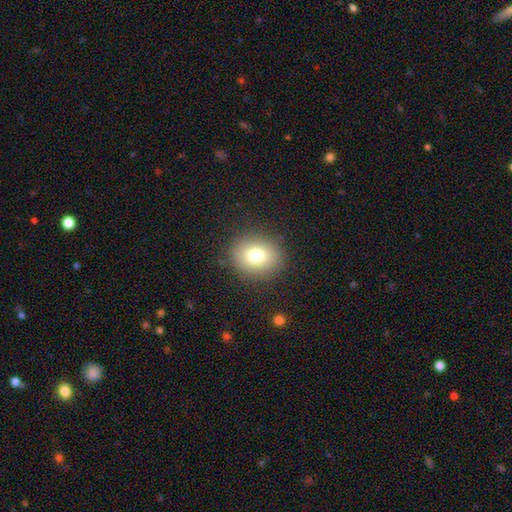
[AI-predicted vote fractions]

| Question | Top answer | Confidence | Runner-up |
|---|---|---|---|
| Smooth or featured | smooth | 76% | star or artifact (12%) |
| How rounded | round | 77% | in between (23%) |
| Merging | none | 88% | minor disturbance (8%) |